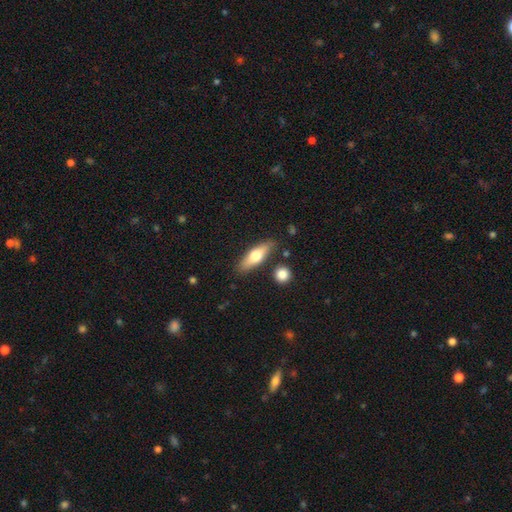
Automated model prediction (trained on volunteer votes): The model was most divided on "how rounded" (2-way tie): cigar-shaped: 48%, in between: 48%, round: 3%. More confident: merging — none (82%); smooth or featured — smooth (58%).